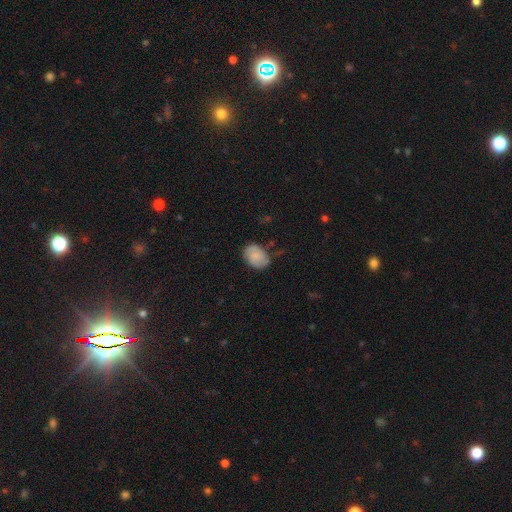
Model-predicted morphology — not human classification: smooth-or-featured: smooth: 64% | featured or disk: 28% | star or artifact: 8%
  how-rounded: in between: 74% | round: 24% | cigar-shaped: 1%
  merging: none: 62% | minor disturbance: 27% | major disturbance: 7% | merger: 3%